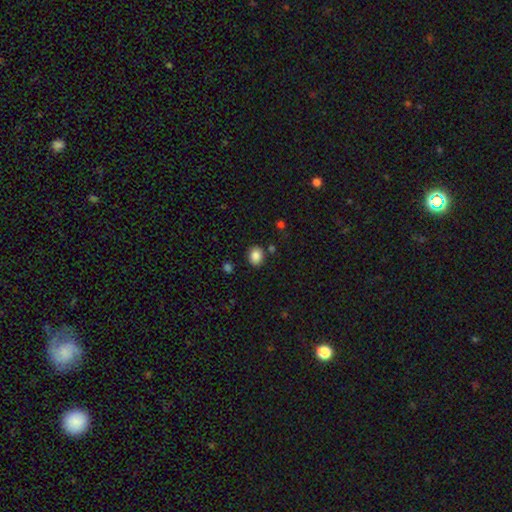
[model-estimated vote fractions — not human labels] smooth 86%, star or artifact 9%, featured or disk 5%. Down the decision tree: how rounded — round (55%); merging — none (84%).